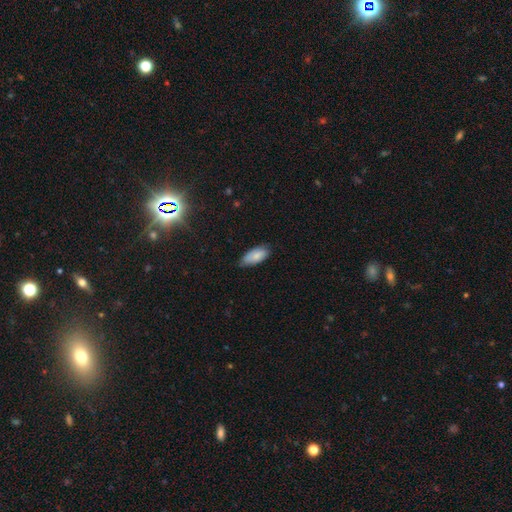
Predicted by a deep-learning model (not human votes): Smooth or featured? Predicted: smooth (p=0.80). How rounded? Predicted: in between (p=0.88). Merging? Predicted: none (p=0.68).